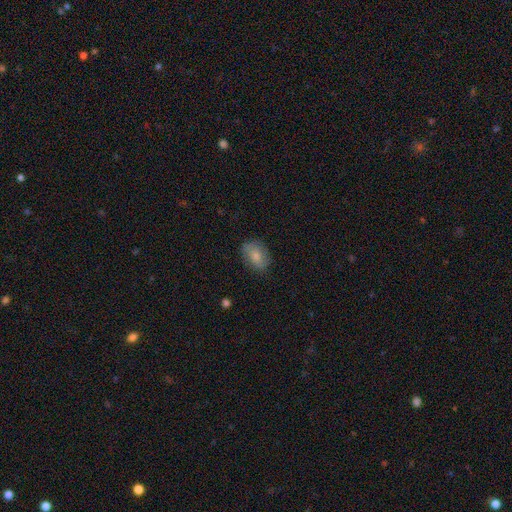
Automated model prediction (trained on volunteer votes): Morphology: type=smooth (78%); roundness=in between (79%); merging=none (77%).